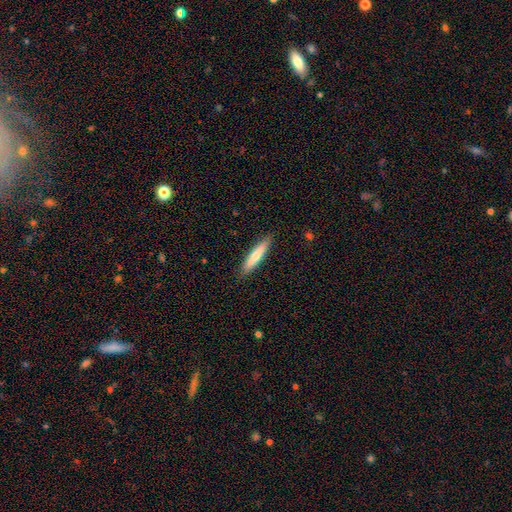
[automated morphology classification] The model was most divided on "smooth or featured": smooth: 69%, featured or disk: 25%, star or artifact: 6%. More confident: how rounded — cigar-shaped (89%); merging — none (89%).